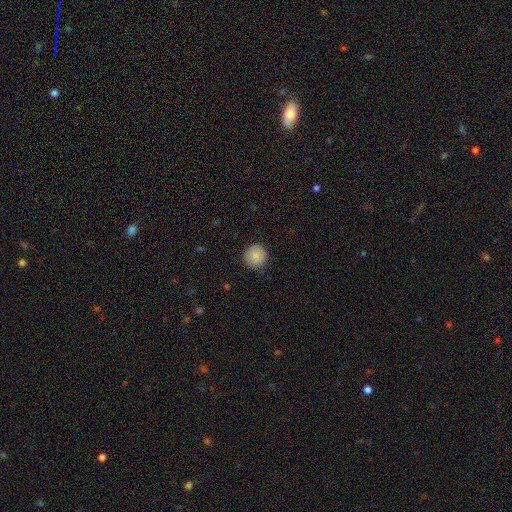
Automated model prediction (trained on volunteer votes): The model was most divided on "merging": none: 88%, minor disturbance: 9%, major disturbance: 2%, merger: 1%. More confident: how rounded — round (95%); smooth or featured — smooth (87%).